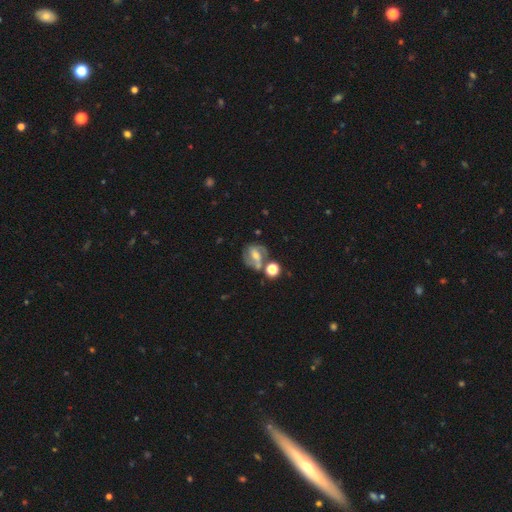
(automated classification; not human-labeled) The model was most divided on "bulge size": moderate: 51%, small: 40%, large: 4%, none: 3%, dominant: 1%. Remaining: edge-on disk — no (97%); spiral arms — yes (88%); spiral arm count — 2 (82%); smooth or featured — featured or disk (70%); merging — none (61%); spiral winding — medium (50%); bar — weak (45%).